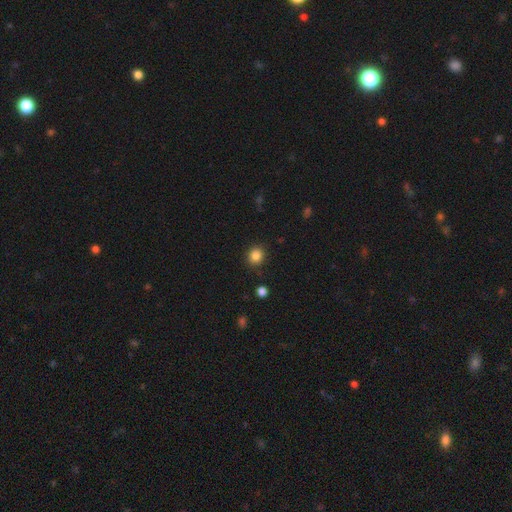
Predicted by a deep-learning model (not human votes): Smooth or featured? Predicted: smooth (p=0.85). How rounded? Predicted: round (p=0.85). Merging? Predicted: none (p=0.88).